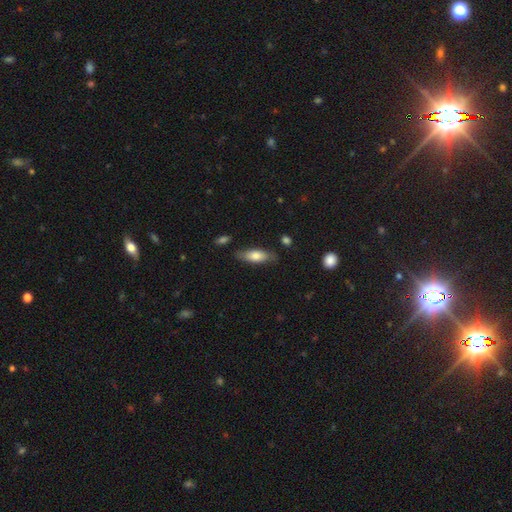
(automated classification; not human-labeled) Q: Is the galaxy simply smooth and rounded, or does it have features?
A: smooth — 71%.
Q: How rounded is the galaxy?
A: in between — 67%.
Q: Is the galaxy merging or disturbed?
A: none — 76%.